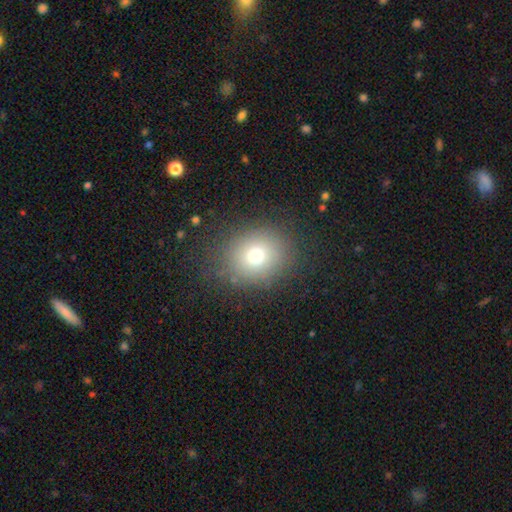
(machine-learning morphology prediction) Q: Smooth or featured?
A: smooth (72%); runner-up: star or artifact (16%)
Q: How rounded?
A: round (71%); runner-up: in between (28%)
Q: Merging?
A: none (83%); runner-up: minor disturbance (10%)